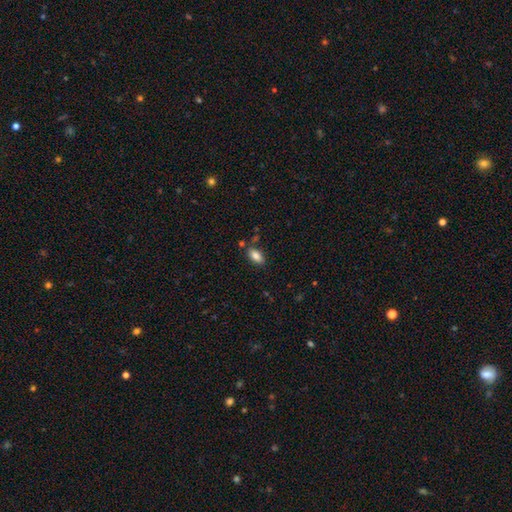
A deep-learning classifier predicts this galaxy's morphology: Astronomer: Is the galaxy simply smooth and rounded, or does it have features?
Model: smooth — 85%.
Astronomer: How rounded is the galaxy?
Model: in between — 91%.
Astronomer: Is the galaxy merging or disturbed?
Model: none — 79%.